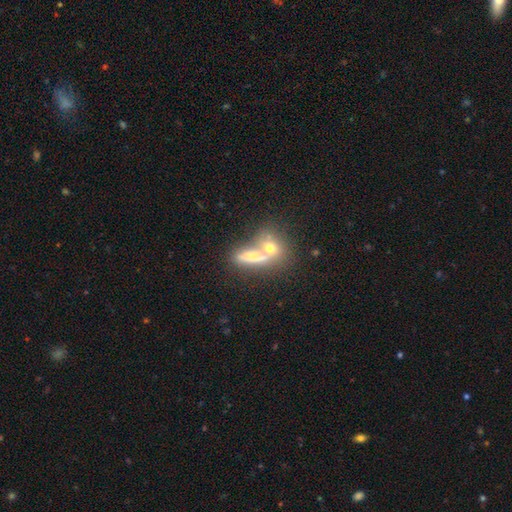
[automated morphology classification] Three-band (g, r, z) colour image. It shows a smooth galaxy with no disk features (62%) that is in between round and cigar-shaped (46%). Merging: merger (53%).